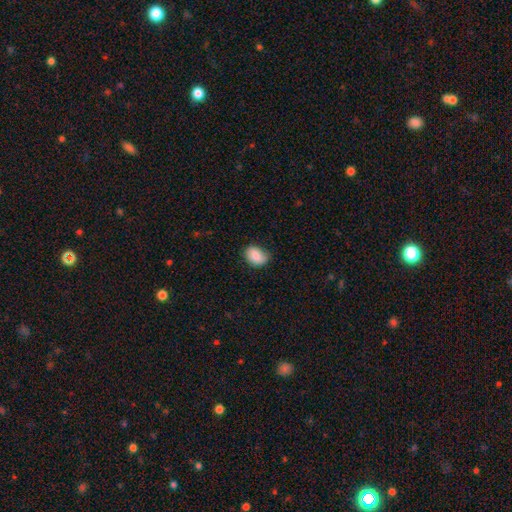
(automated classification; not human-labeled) Morphology: type=smooth (85%); roundness=in between (73%); merging=none (71%).